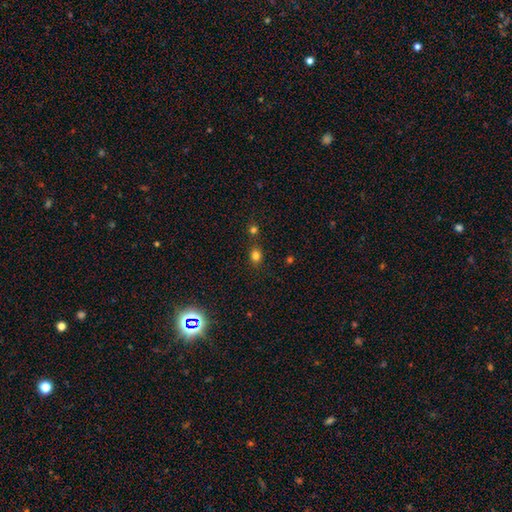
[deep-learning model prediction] Smooth or featured?
  - smooth: 78% *
  - star or artifact: 17%
  - featured or disk: 5%
How rounded?
  - round: 66% *
  - in between: 33%
  - cigar-shaped: 1%
Merging?
  - none: 76% *
  - minor disturbance: 11%
  - merger: 10%
  - major disturbance: 3%